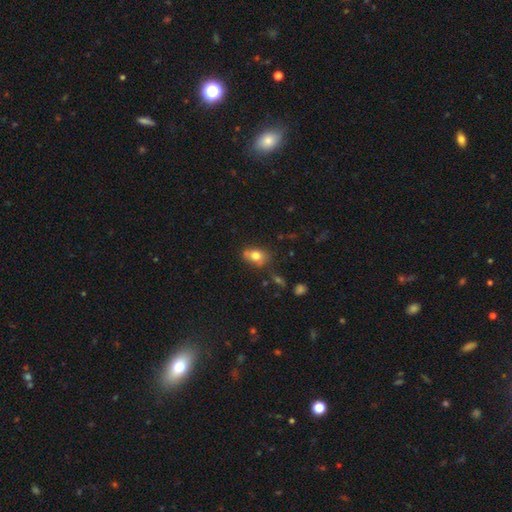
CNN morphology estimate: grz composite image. It shows a smooth galaxy with no disk features (77%) that is in between round and cigar-shaped (64%). Merging: none (58%).